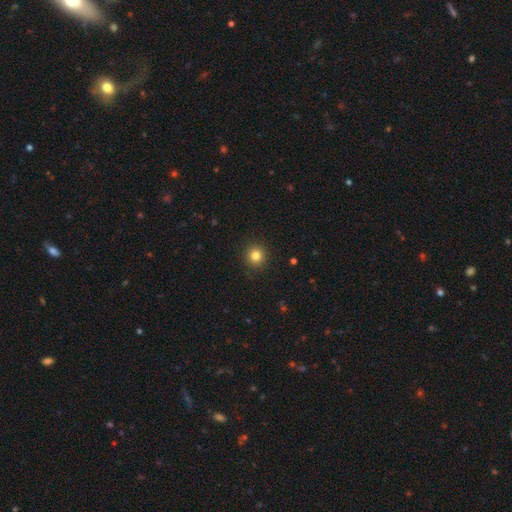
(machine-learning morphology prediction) smooth-or-featured: smooth: 83% | star or artifact: 12% | featured or disk: 6%
  how-rounded: round: 93% | in between: 6% | cigar-shaped: 1%
  merging: none: 92% | minor disturbance: 5% | major disturbance: 2% | merger: 1%